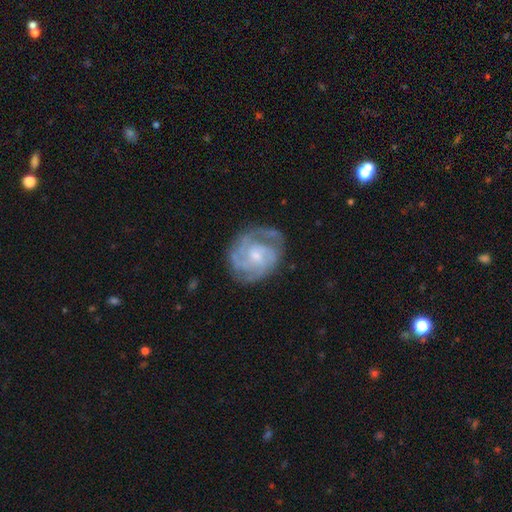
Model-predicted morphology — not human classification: A featured or disk galaxy (85%) with no bar (61%), 3 (31%) tight (53%) spiral arms (95%) and a small central bulge (61%). Merging: none (67%).